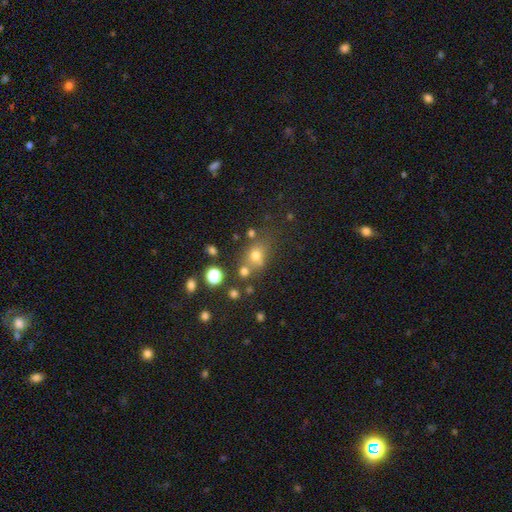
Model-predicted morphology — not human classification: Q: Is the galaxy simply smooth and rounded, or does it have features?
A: smooth — 65%.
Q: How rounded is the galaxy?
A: round — 65%.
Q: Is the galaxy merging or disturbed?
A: none — 59%.